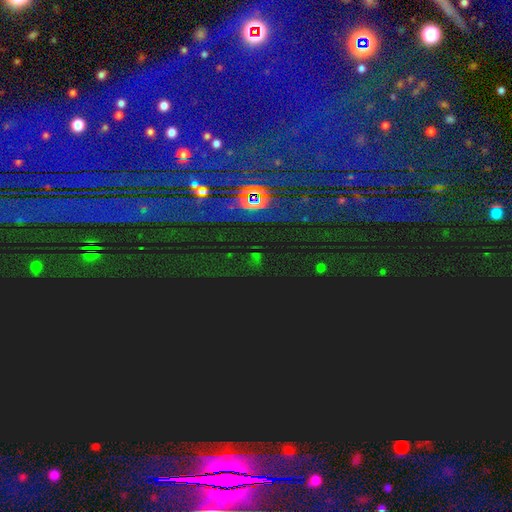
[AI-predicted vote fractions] smooth-or-featured: star or artifact: 79% | featured or disk: 11% | smooth: 10%